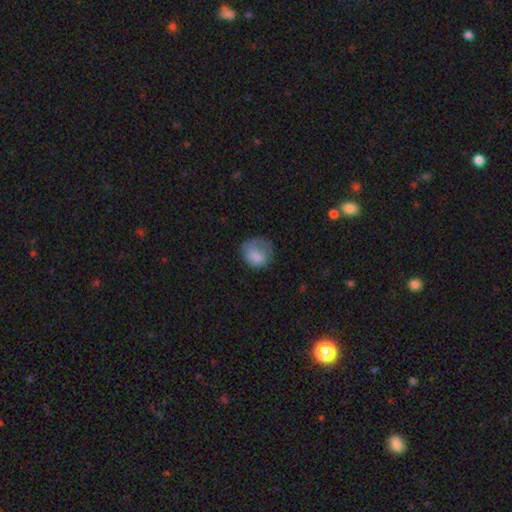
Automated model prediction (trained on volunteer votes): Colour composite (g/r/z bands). It shows a smooth galaxy with no disk features (78%) that is round (68%). Merging: none (42%).